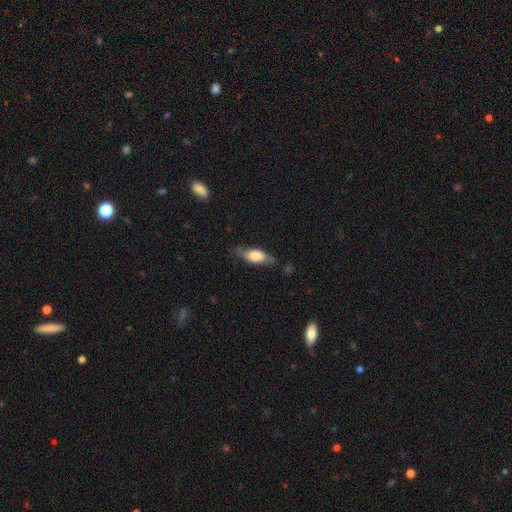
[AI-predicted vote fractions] This appears to be a smooth galaxy with no disk features (58%) that is in between round and cigar-shaped (70%). Merging: none (67%).